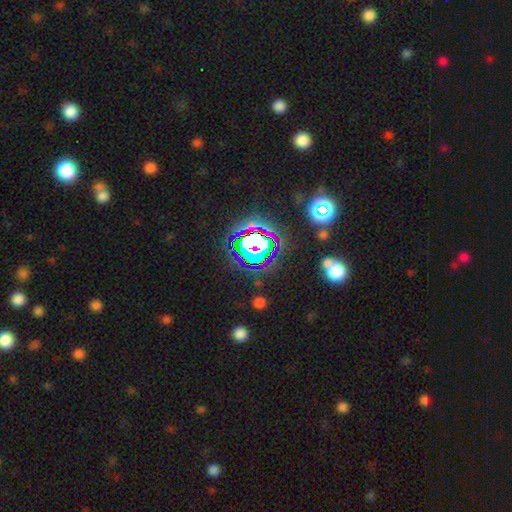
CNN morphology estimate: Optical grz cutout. It shows a star or artifact, not a galaxy (69%).